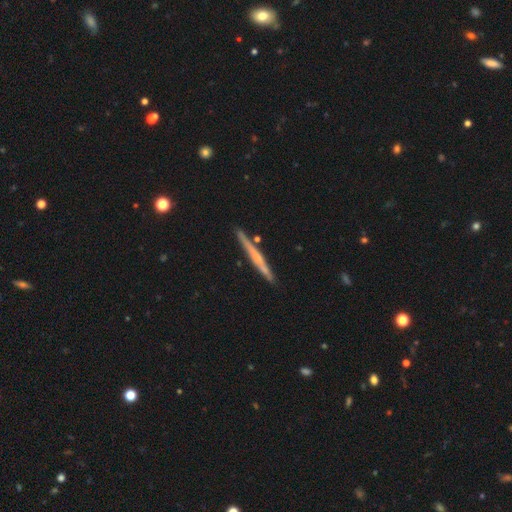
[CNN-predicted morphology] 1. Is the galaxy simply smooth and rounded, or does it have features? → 56% featured or disk, 38% smooth, 6% star or artifact.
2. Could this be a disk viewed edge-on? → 97% yes, 3% no.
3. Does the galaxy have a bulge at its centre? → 67% none, 24% rounded, 9% boxy.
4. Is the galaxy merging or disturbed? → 87% none, 9% minor disturbance, 3% merger, 2% major disturbance.